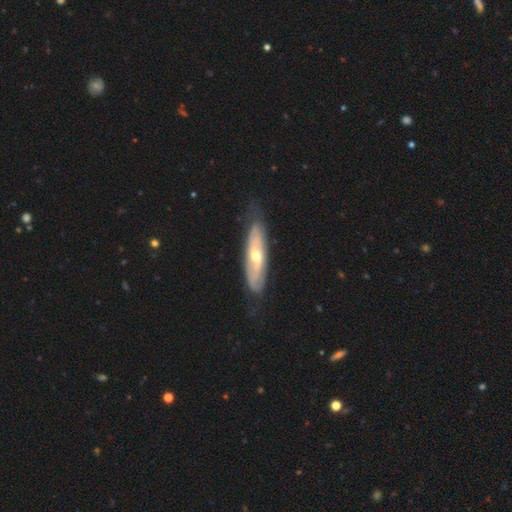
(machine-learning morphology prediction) Smooth or featured? Predicted: featured or disk (p=0.64). Edge-on disk? Predicted: no (p=0.67). Merging? Predicted: none (p=0.71).